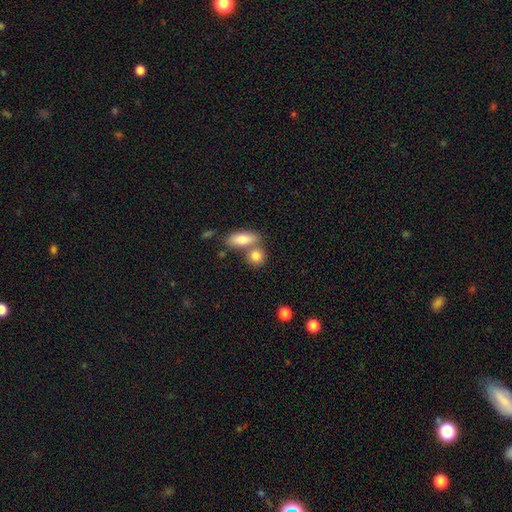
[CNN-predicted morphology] This appears to be a smooth galaxy with no disk features (83%) that is round (52%). Merging: none (49%).